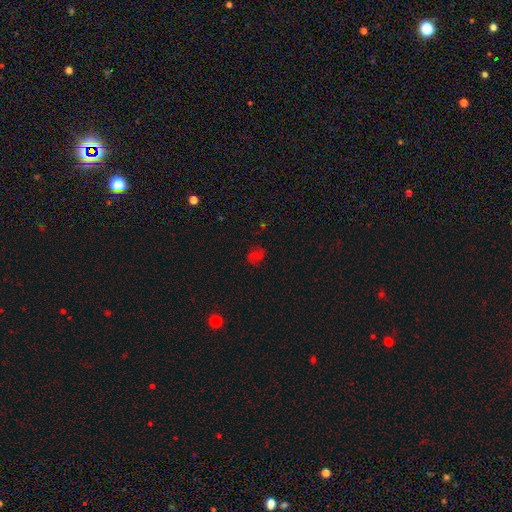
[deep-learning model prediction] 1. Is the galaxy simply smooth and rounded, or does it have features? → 54% smooth, 28% star or artifact, 18% featured or disk.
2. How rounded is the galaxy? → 56% round, 43% in between, 1% cigar-shaped.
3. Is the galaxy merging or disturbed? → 70% none, 20% minor disturbance, 8% major disturbance, 2% merger.